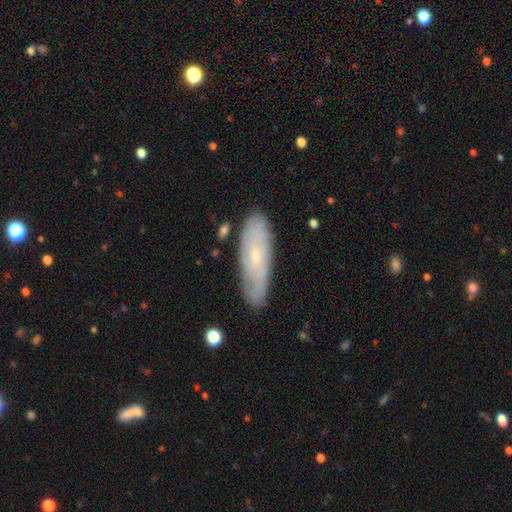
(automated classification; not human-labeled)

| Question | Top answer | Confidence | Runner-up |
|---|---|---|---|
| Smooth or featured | featured or disk | 54% | smooth (39%) |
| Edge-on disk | no | 77% | yes (23%) |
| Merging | none | 80% | minor disturbance (15%) |